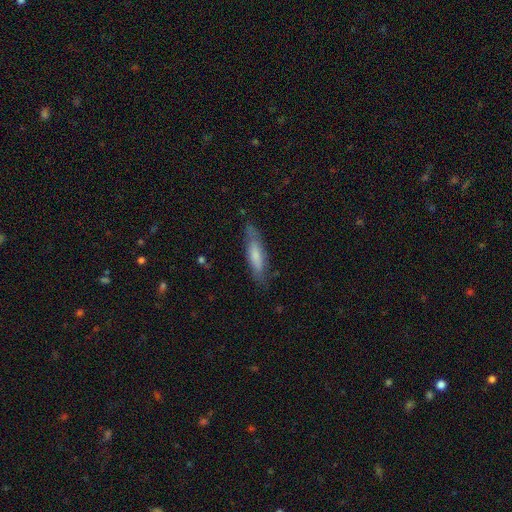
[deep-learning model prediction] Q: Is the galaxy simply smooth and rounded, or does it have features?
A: smooth — 66%.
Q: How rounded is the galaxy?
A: cigar-shaped — 72%.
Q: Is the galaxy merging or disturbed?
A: none — 74%.